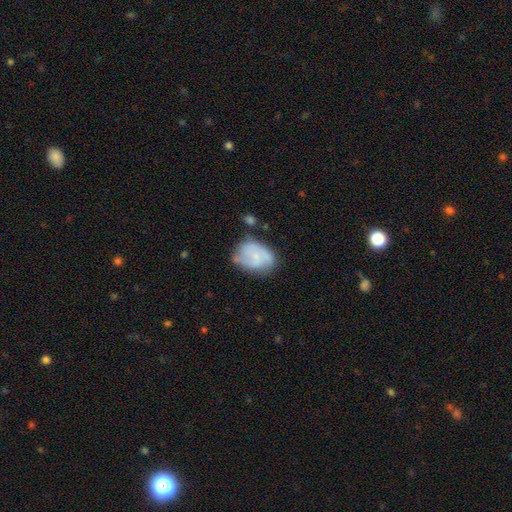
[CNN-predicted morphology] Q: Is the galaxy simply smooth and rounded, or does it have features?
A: featured or disk — 49%.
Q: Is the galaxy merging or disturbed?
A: none — 54%.